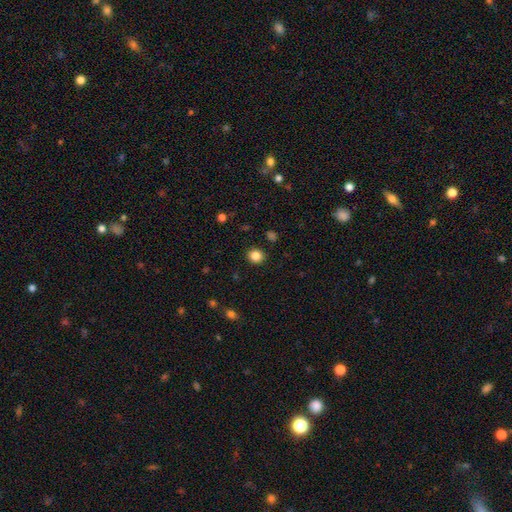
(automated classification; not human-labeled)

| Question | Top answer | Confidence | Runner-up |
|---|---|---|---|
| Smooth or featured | smooth | 84% | star or artifact (11%) |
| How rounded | round | 81% | in between (19%) |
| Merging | none | 90% | minor disturbance (6%) |